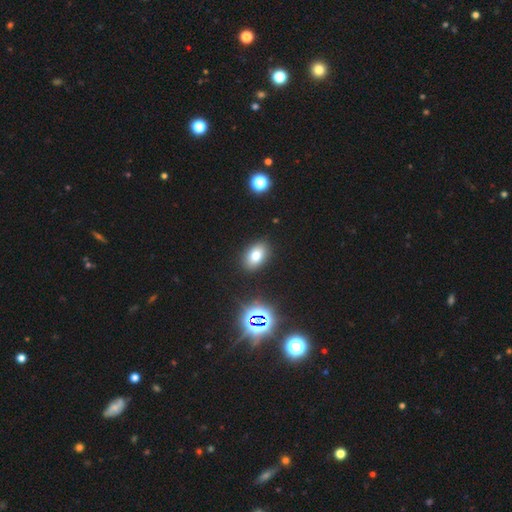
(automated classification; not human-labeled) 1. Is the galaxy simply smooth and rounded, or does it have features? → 74% smooth, 16% star or artifact, 10% featured or disk.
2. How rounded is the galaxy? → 83% in between, 15% round, 1% cigar-shaped.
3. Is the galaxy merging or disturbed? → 88% none, 8% minor disturbance, 2% major disturbance, 2% merger.